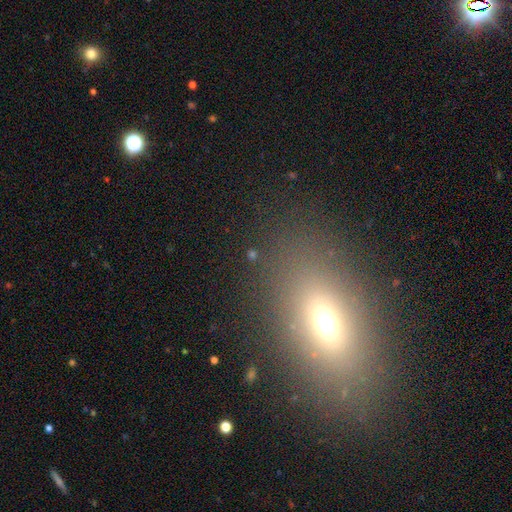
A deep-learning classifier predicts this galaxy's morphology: Smooth or featured: smooth — 49% (star or artifact — 33%)
Merging: none — 74% (minor disturbance — 12%)